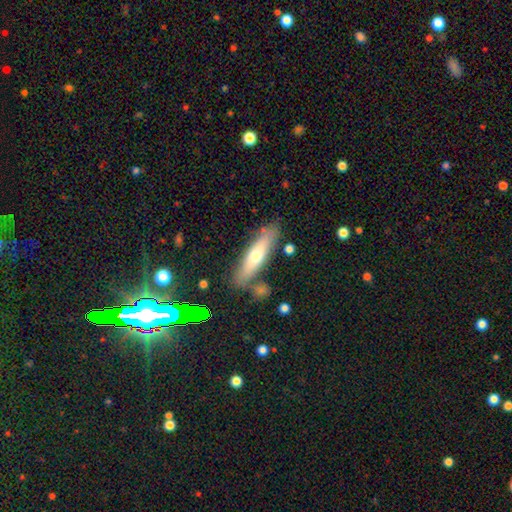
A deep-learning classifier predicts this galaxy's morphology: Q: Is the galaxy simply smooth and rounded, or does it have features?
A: smooth — 59%.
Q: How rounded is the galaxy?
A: cigar-shaped — 74%.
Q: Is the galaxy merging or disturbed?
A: none — 79%.